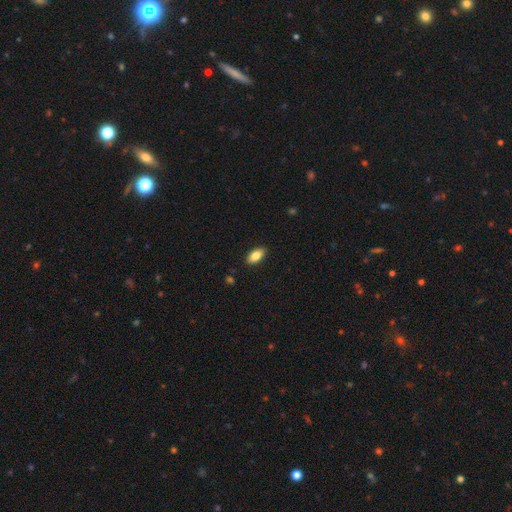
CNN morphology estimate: Smooth or featured?
  - smooth: 83% *
  - featured or disk: 10%
  - star or artifact: 7%
How rounded?
  - in between: 91% *
  - cigar-shaped: 5%
  - round: 3%
Merging?
  - none: 89% *
  - minor disturbance: 8%
  - major disturbance: 2%
  - merger: 1%